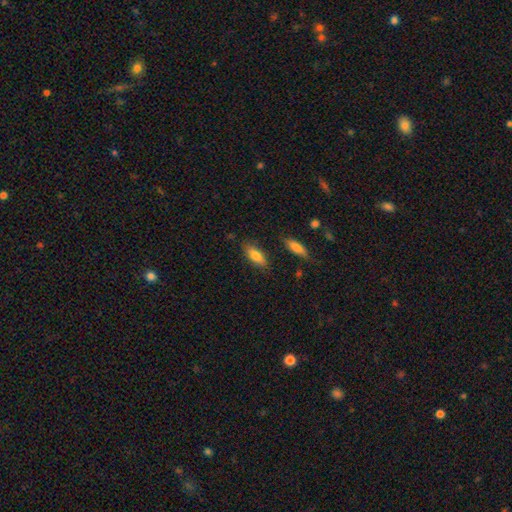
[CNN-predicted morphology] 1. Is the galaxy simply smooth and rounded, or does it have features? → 78% smooth, 15% featured or disk, 7% star or artifact.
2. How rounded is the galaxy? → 67% in between, 30% cigar-shaped, 2% round.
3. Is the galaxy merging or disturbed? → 81% none, 13% minor disturbance, 3% merger, 3% major disturbance.